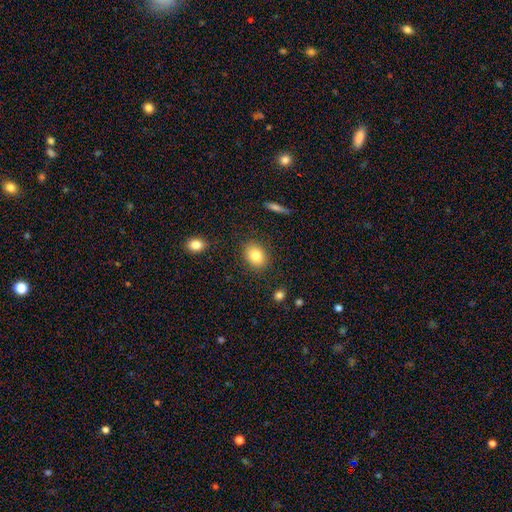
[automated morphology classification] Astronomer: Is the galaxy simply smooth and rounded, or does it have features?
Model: smooth — 82%.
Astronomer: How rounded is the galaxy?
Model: in between — 59% (runner-up: round, 40%).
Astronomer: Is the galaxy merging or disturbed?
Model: none — 86%.